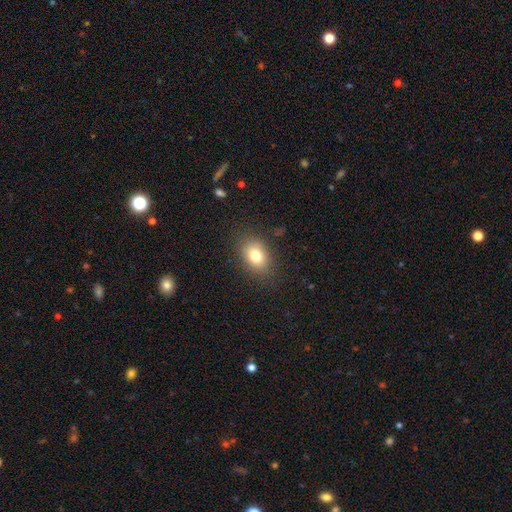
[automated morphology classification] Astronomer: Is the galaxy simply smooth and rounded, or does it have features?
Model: smooth — 79%.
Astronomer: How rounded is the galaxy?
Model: in between — 76%.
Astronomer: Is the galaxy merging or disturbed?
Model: none — 84%.